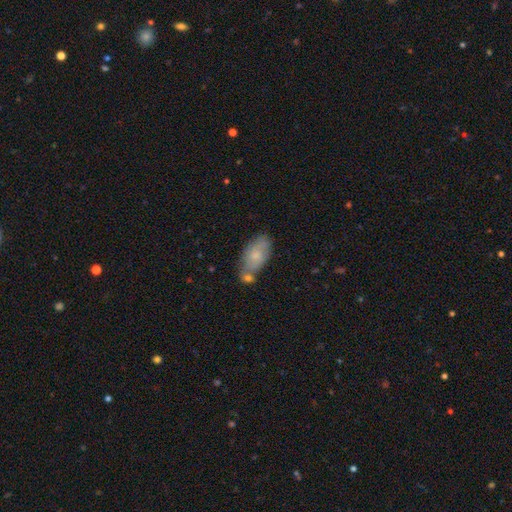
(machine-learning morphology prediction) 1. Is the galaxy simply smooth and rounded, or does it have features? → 69% smooth, 24% featured or disk, 7% star or artifact.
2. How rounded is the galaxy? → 90% in between, 6% cigar-shaped, 4% round.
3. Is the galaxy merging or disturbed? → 52% none, 22% merger, 20% minor disturbance, 5% major disturbance.